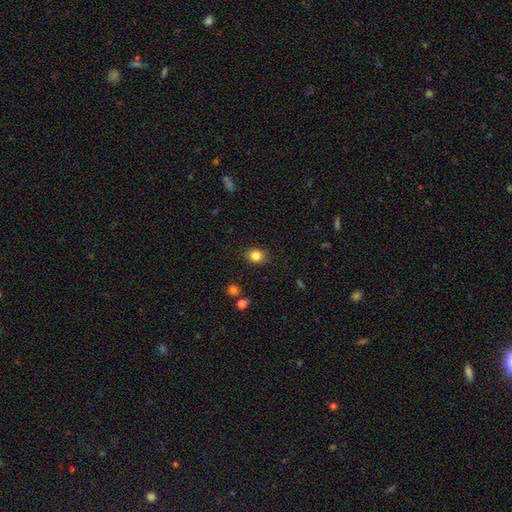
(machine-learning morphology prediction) Smooth or featured? Predicted: smooth (p=0.84). How rounded? Predicted: round (p=0.61). Merging? Predicted: none (p=0.87).